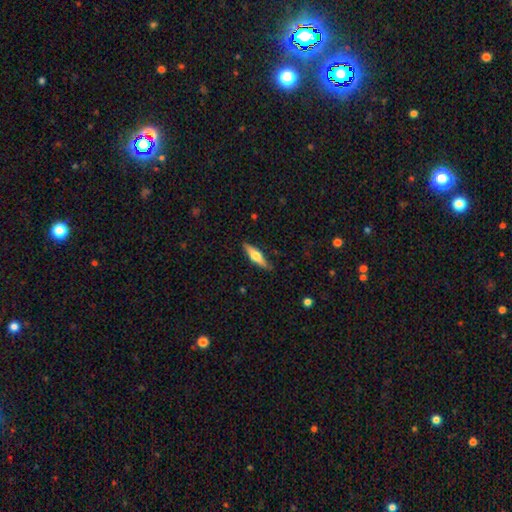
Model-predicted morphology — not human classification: Overall: featured or disk (50%; smooth 45%). Merging: none (86%).